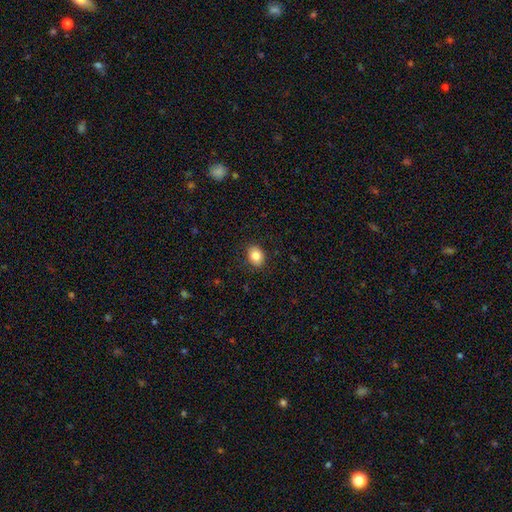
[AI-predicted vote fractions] Overall: smooth (84%). How rounded: in between (60%; round 39%). Merging: none (87%).